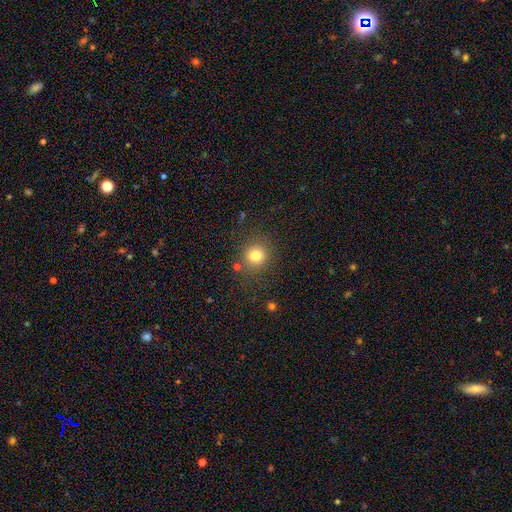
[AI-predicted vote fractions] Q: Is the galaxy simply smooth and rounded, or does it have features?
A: smooth — 79%.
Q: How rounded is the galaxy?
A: round — 88%.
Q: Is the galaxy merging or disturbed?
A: none — 82%.